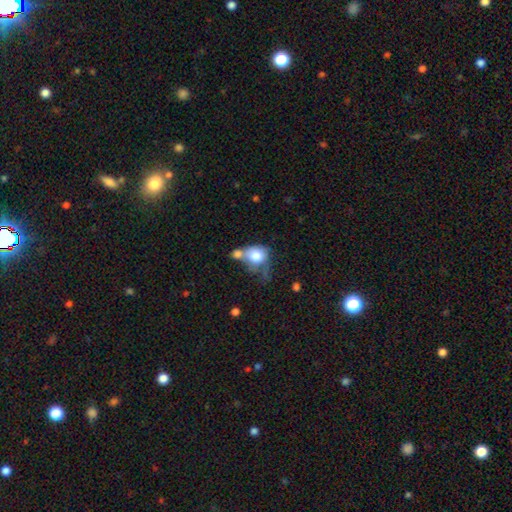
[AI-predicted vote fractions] smooth-or-featured: smooth: 74% | featured or disk: 18% | star or artifact: 9%
  how-rounded: round: 61% | in between: 37% | cigar-shaped: 1%
  merging: merger: 46% | none: 23% | minor disturbance: 16% | major disturbance: 15%